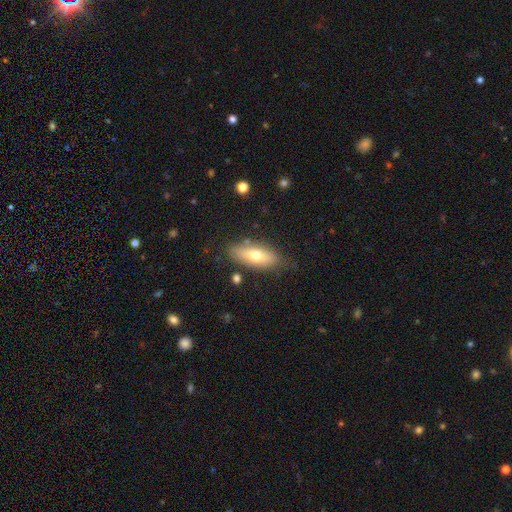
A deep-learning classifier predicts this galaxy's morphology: smooth 65%, featured or disk 28%, star or artifact 7%. Down the decision tree: how rounded — in between (72%); merging — none (77%).